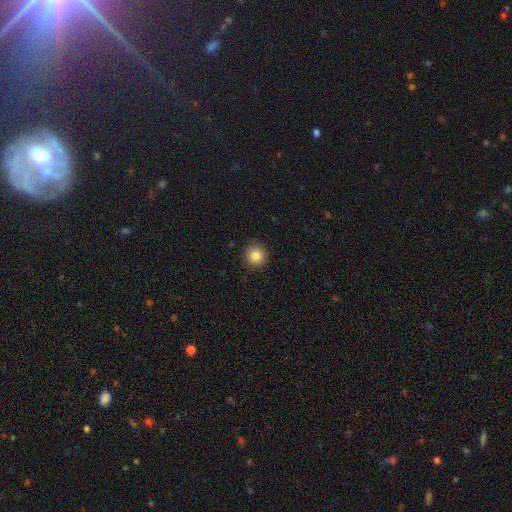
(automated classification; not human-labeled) smooth-or-featured: smooth: 84% | star or artifact: 10% | featured or disk: 5%
  how-rounded: round: 93% | in between: 6% | cigar-shaped: 1%
  merging: none: 90% | minor disturbance: 7% | major disturbance: 2% | merger: 1%